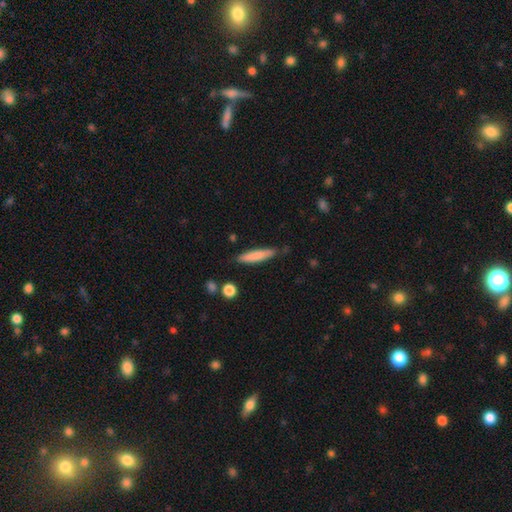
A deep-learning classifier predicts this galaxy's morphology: Smooth or featured? Predicted: smooth (p=0.79). How rounded? Predicted: cigar-shaped (p=0.88). Merging? Predicted: none (p=0.82).